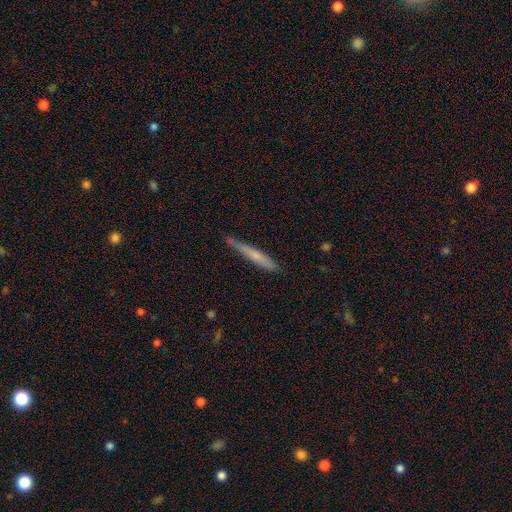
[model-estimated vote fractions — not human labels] This is possibly a smooth galaxy (59%). How rounded: clearly cigar-shaped (95%). Merging: likely none (71%).